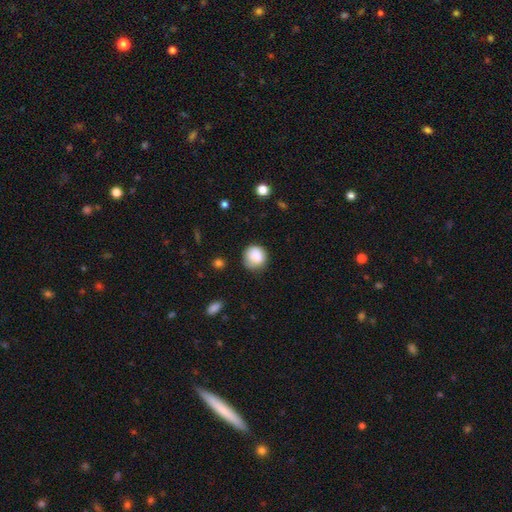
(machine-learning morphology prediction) This is clearly a smooth galaxy (86%). How rounded: clearly round (88%). Merging: likely none (71%).